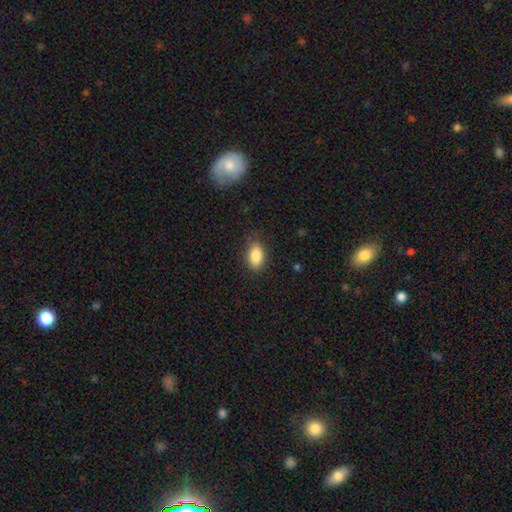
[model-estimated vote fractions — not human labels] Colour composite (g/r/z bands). It shows a smooth galaxy with no disk features (85%) that is in between round and cigar-shaped (89%). Merging: none (80%).